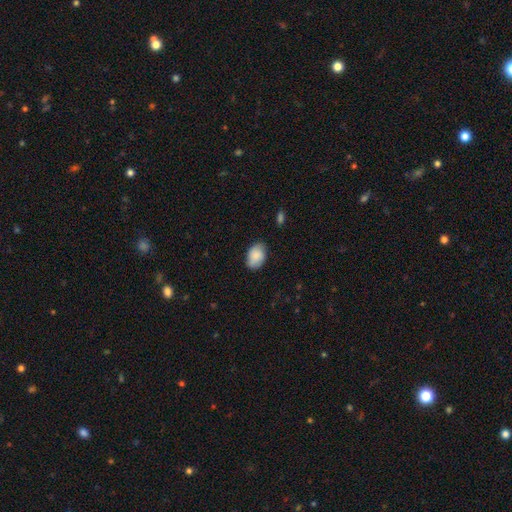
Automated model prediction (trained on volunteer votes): Morphology: type=smooth (84%); roundness=in between (78%); merging=none (73%).